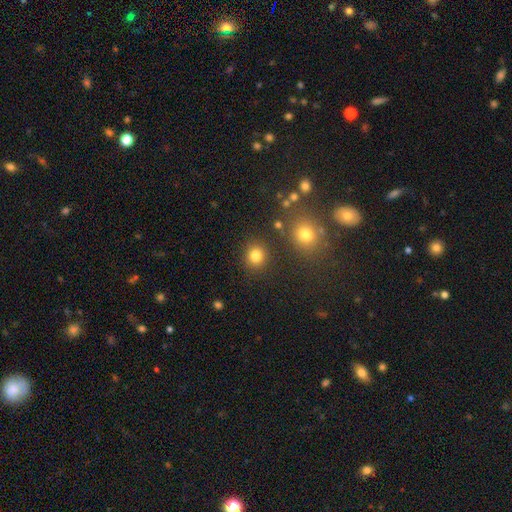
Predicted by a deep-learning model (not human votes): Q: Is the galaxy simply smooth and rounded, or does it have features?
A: smooth — 82%.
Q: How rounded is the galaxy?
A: round — 87%.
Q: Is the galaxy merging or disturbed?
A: none — 86%.